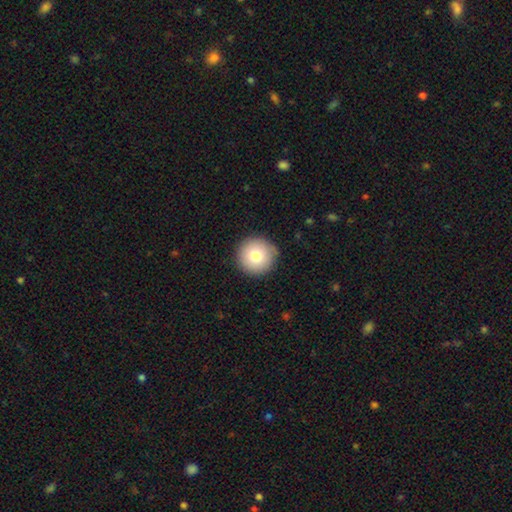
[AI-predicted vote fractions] Q: Smooth or featured?
A: smooth (78%); runner-up: featured or disk (12%)
Q: How rounded?
A: round (96%); runner-up: in between (3%)
Q: Merging?
A: none (89%); runner-up: minor disturbance (8%)